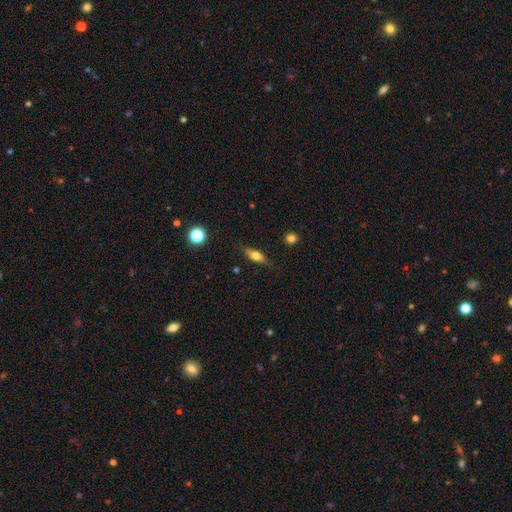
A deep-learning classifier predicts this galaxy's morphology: The model was most divided on "how rounded": in between: 54%, cigar-shaped: 41%, round: 5%. More confident: merging — none (79%); smooth or featured — smooth (59%).